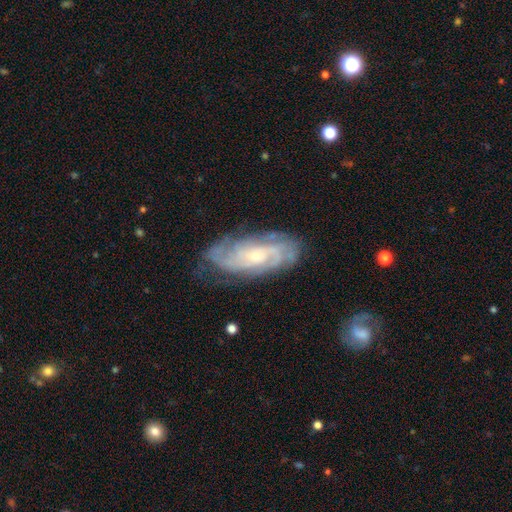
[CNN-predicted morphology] Smooth or featured? Predicted: featured or disk (p=0.85). Edge-on disk? Predicted: no (p=0.93). Bar? Predicted: no (p=0.65). Spiral arms? Predicted: yes (p=0.97). Spiral winding? Predicted: tight (p=0.65). Spiral arm count? Predicted: can't tell (p=0.29). Bulge size? Predicted: small (p=0.66). Merging? Predicted: none (p=0.74).